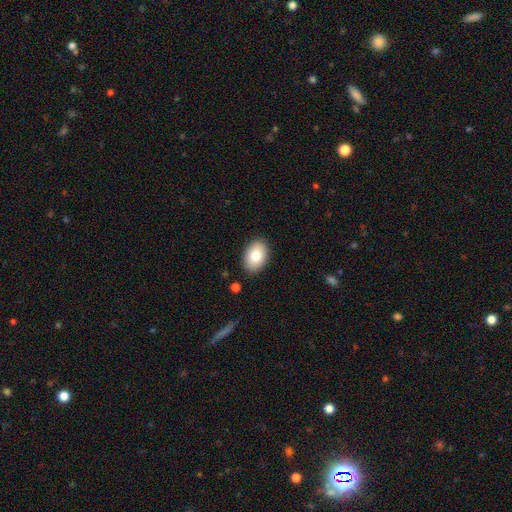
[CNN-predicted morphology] The model was most divided on "smooth or featured": smooth: 81%, featured or disk: 12%, star or artifact: 7%. More confident: merging — none (88%); how rounded — in between (84%).